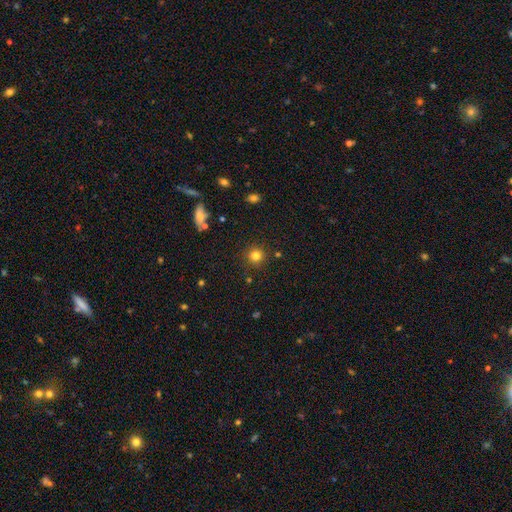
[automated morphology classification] Smooth or featured: smooth — 80% (star or artifact — 14%)
How rounded: round — 93% (in between — 6%)
Merging: none — 89% (minor disturbance — 7%)